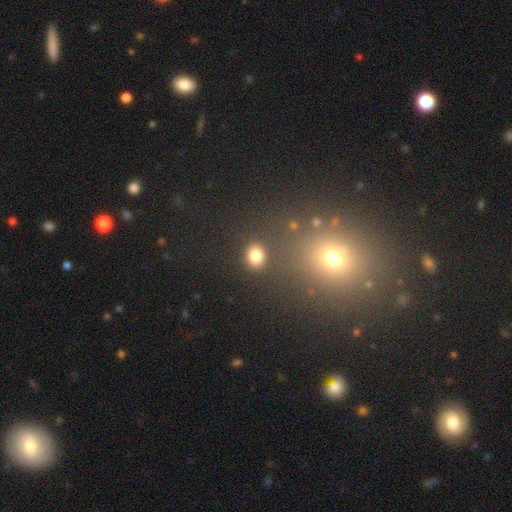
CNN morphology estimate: type=smooth (81%); roundness=round (52%); merging=none (85%).